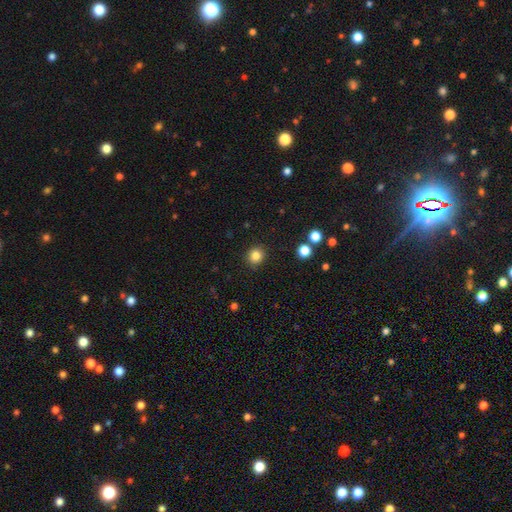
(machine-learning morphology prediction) Overall: smooth (83%). How rounded: round (90%). Merging: none (91%).